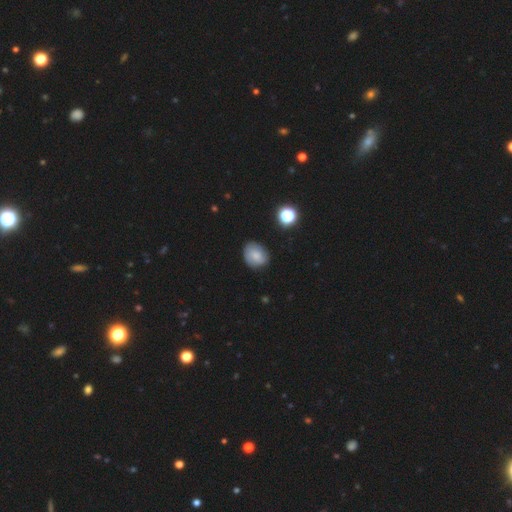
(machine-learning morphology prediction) Smooth or featured? smooth (59%)
How rounded? round (50%)
Merging? none (75%)